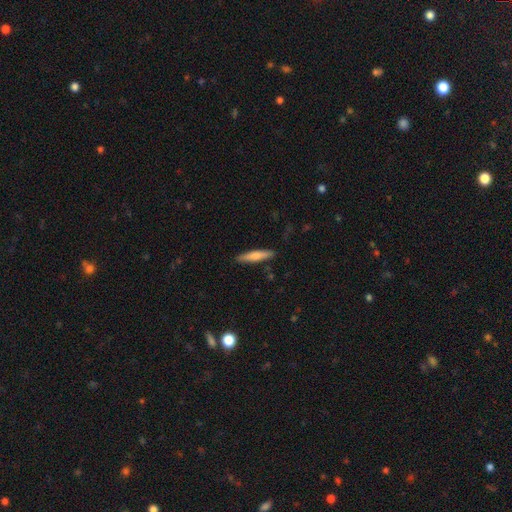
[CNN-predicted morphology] type=smooth (70%); roundness=cigar-shaped (86%); merging=none (88%).